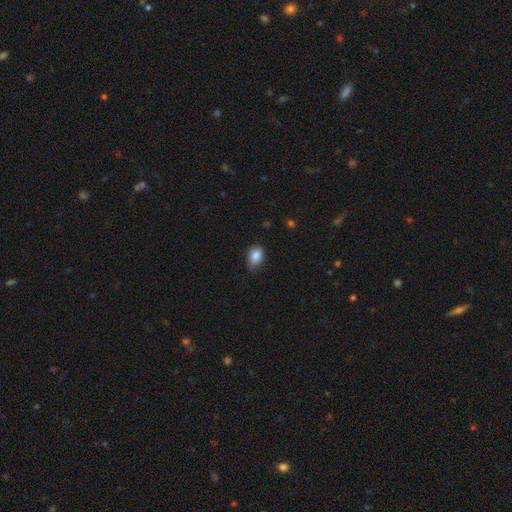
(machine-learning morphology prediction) A smooth galaxy with no disk features (86%) that is in between round and cigar-shaped (75%).

Vote fractions:
- Smooth or featured? smooth: 86% / star or artifact: 8% / featured or disk: 6%
- How rounded? in between: 75% / round: 24% / cigar-shaped: 1%
- Merging? none: 73% / minor disturbance: 22% / major disturbance: 3% / merger: 1%